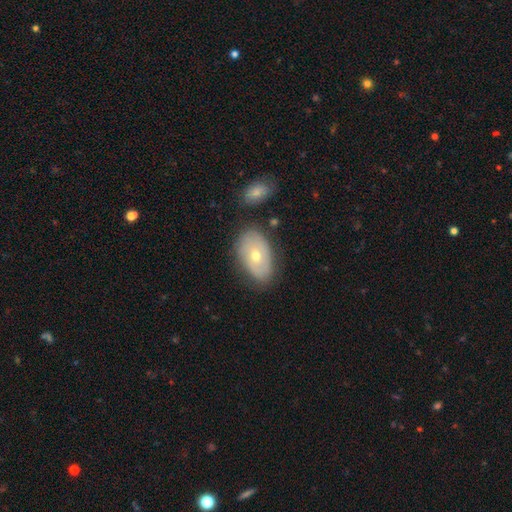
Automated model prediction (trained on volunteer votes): Morphology: type=smooth (47%); merging=none (74%).